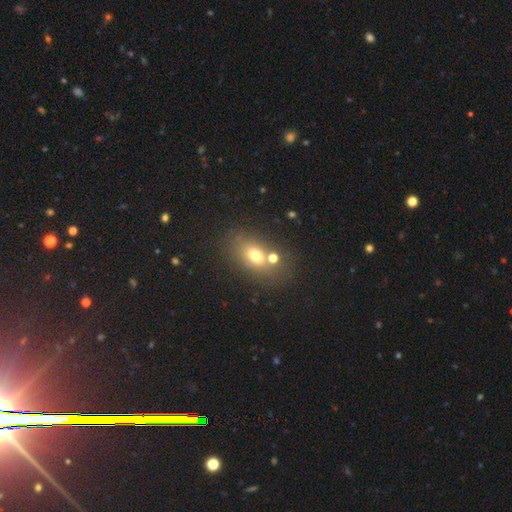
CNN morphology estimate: A smooth galaxy with no disk features (67%) that is in between round and cigar-shaped (70%). Merging: none (60%).